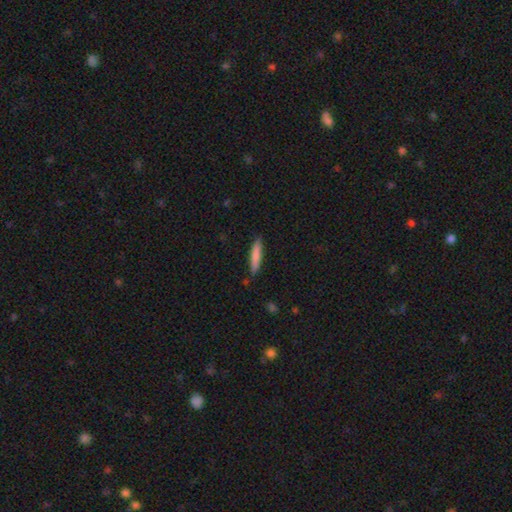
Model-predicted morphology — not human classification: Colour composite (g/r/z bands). It shows a smooth galaxy with no disk features (80%) that is cigar-shaped (89%). Merging: none (85%).